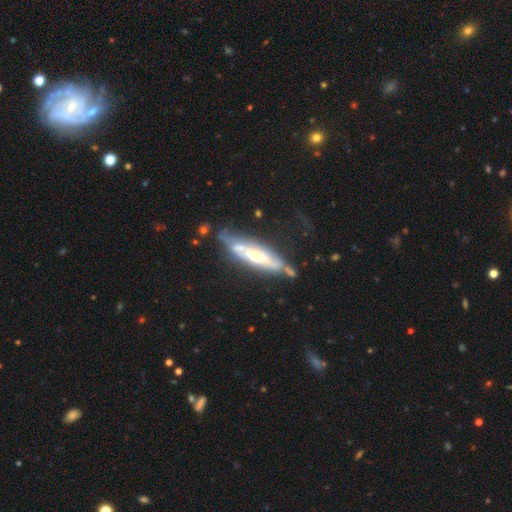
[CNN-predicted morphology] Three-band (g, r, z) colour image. It shows a featured or disk galaxy (75%). Merging: none (51%).